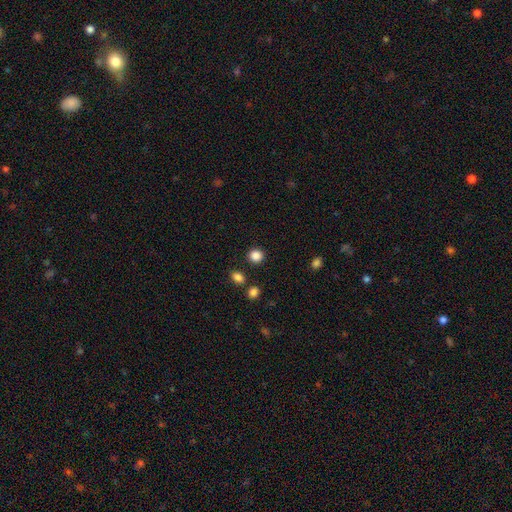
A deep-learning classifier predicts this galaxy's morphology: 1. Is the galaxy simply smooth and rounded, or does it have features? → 86% smooth, 11% star or artifact, 3% featured or disk.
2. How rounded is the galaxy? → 85% round, 14% in between, 1% cigar-shaped.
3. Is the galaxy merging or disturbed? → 87% none, 7% minor disturbance, 4% merger, 3% major disturbance.